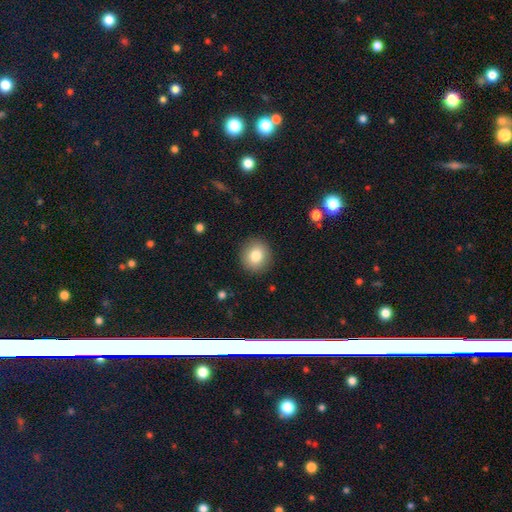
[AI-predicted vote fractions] Smooth or featured?
  - smooth: 82% *
  - star or artifact: 9%
  - featured or disk: 9%
How rounded?
  - round: 88% *
  - in between: 11%
  - cigar-shaped: 1%
Merging?
  - none: 91% *
  - minor disturbance: 6%
  - major disturbance: 2%
  - merger: 1%